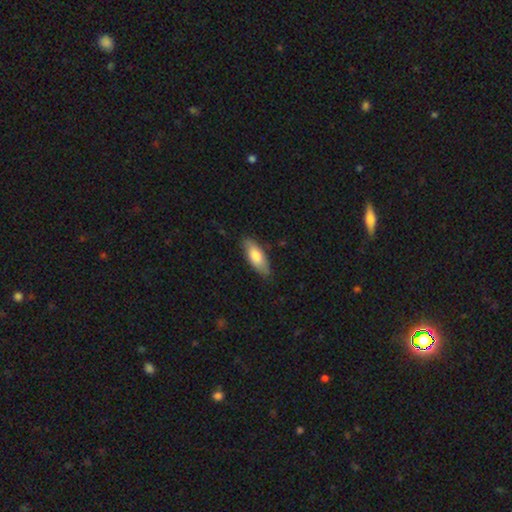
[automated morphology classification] smooth 76%, featured or disk 19%, star or artifact 5%. Down the decision tree: how rounded — in between (76%); merging — none (80%).